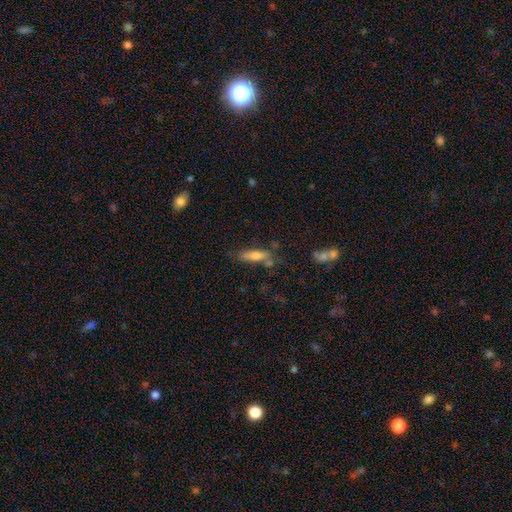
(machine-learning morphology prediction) Smooth or featured?
  - smooth: 61% *
  - featured or disk: 28%
  - star or artifact: 10%
How rounded?
  - cigar-shaped: 65% *
  - in between: 32%
  - round: 2%
Merging?
  - none: 63% *
  - minor disturbance: 20%
  - merger: 10%
  - major disturbance: 8%